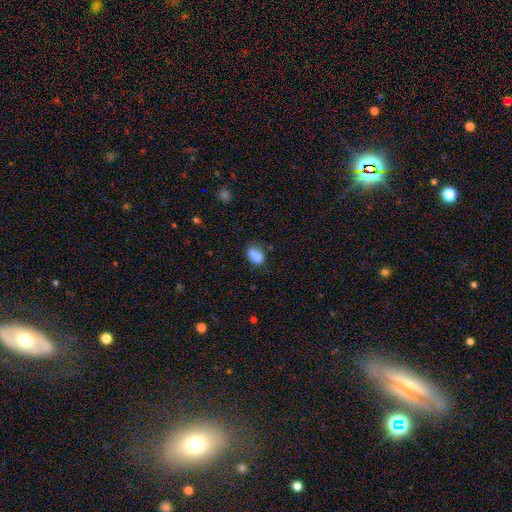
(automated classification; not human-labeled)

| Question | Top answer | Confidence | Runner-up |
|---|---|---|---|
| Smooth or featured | smooth | 79% | featured or disk (11%) |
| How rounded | in between | 73% | round (25%) |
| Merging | none | 50% | merger (22%) |